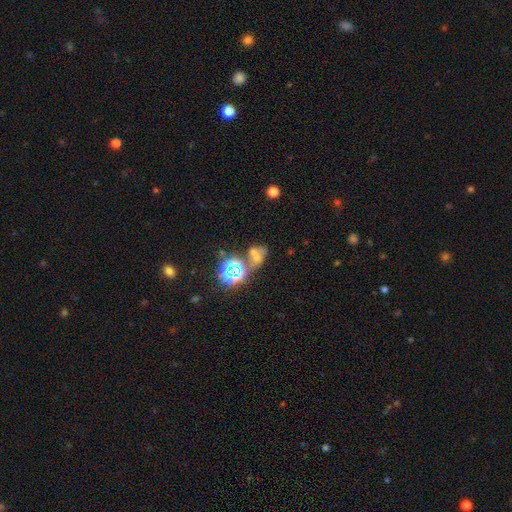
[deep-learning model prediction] Overall: smooth (42%; star or artifact 39%). Merging: merger (49%; none 32%).